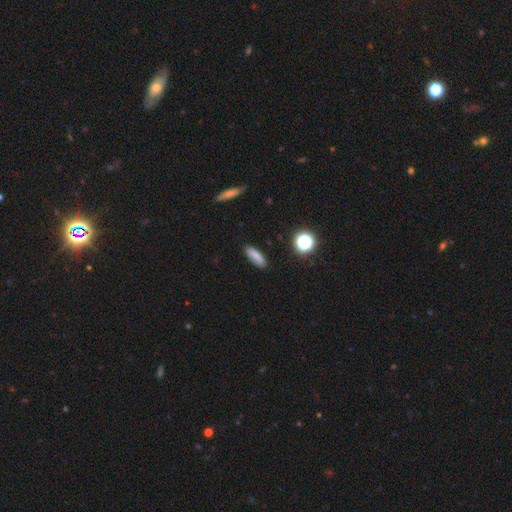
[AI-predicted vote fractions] A smooth galaxy with no disk features (80%) that is cigar-shaped (49%). Merging: none (84%).